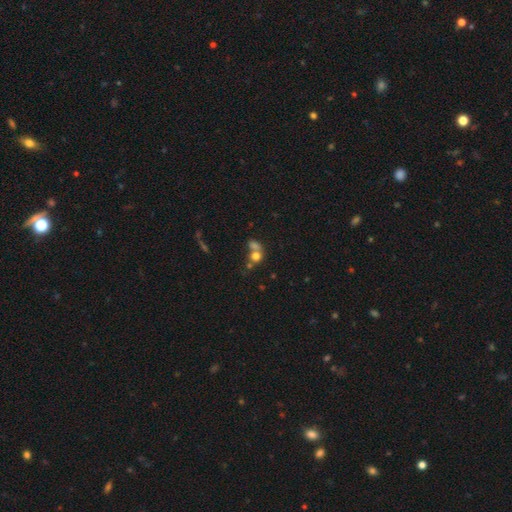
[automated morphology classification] smooth 68%, featured or disk 16%, star or artifact 15%. Down the decision tree: how rounded — round (67%); merging — merger (56%).